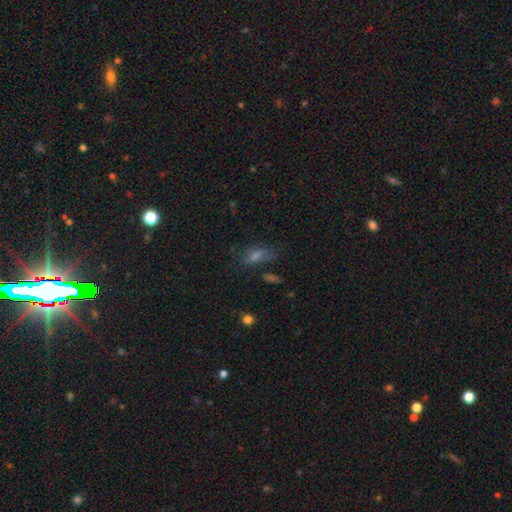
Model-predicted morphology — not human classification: Smooth or featured: smooth — 44% (star or artifact — 31%)
Merging: none — 61% (minor disturbance — 19%)